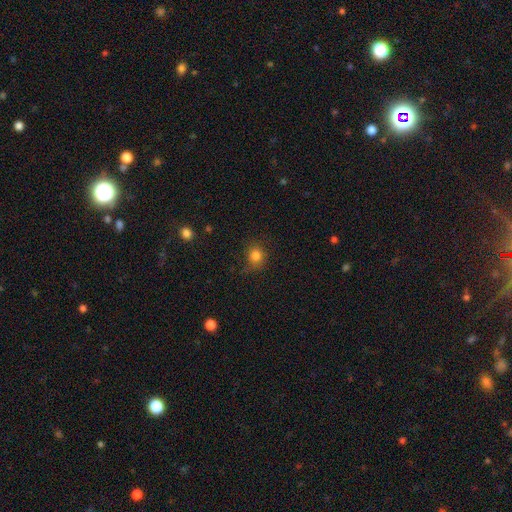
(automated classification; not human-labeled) Smooth or featured? Predicted: smooth (p=0.82). How rounded? Predicted: round (p=0.82). Merging? Predicted: none (p=0.78).